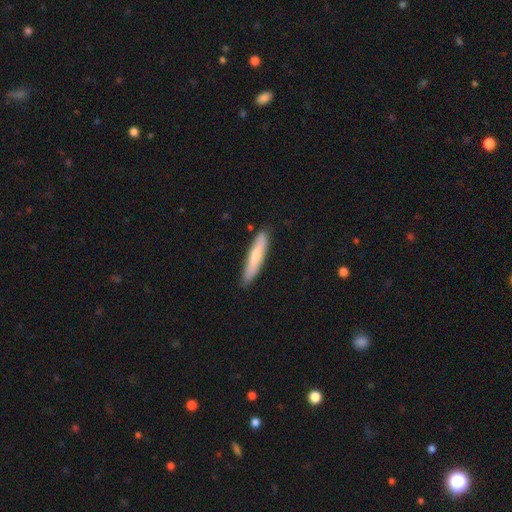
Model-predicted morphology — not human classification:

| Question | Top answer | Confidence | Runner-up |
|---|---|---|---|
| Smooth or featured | smooth | 69% | featured or disk (25%) |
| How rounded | cigar-shaped | 89% | in between (10%) |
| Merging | none | 86% | minor disturbance (11%) |